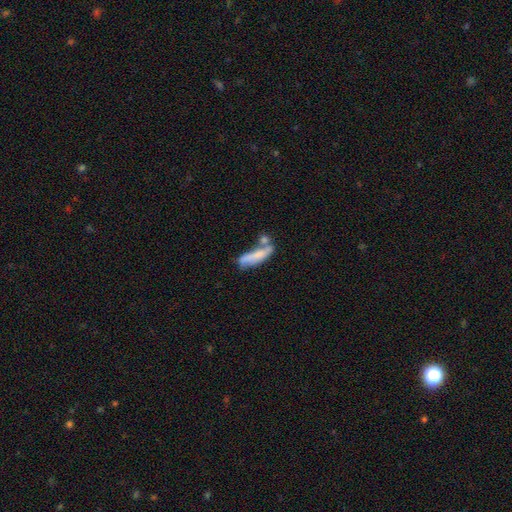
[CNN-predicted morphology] Smooth or featured?
  - smooth: 65% *
  - featured or disk: 27%
  - star or artifact: 8%
How rounded?
  - cigar-shaped: 70% *
  - in between: 28%
  - round: 2%
Merging?
  - none: 38% *
  - merger: 32%
  - minor disturbance: 20%
  - major disturbance: 10%